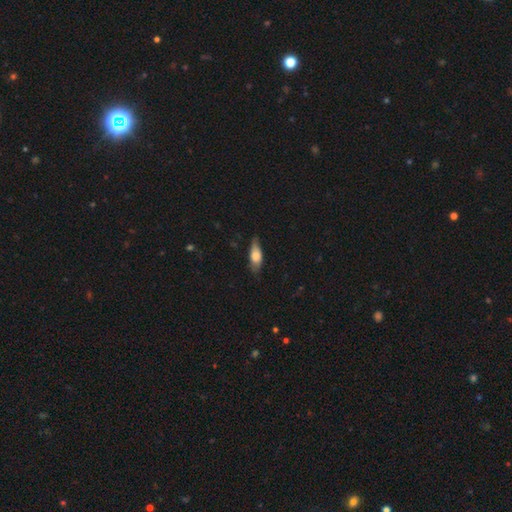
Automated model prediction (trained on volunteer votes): Smooth or featured: smooth — 69% (featured or disk — 25%)
How rounded: in between — 69% (cigar-shaped — 28%)
Merging: none — 71% (minor disturbance — 24%)